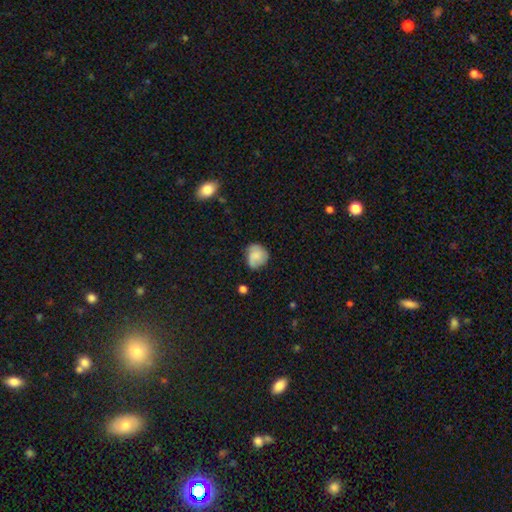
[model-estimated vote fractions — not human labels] Q: Smooth or featured?
A: smooth (60%); runner-up: featured or disk (31%)
Q: How rounded?
A: round (77%); runner-up: in between (22%)
Q: Merging?
A: none (63%); runner-up: minor disturbance (27%)